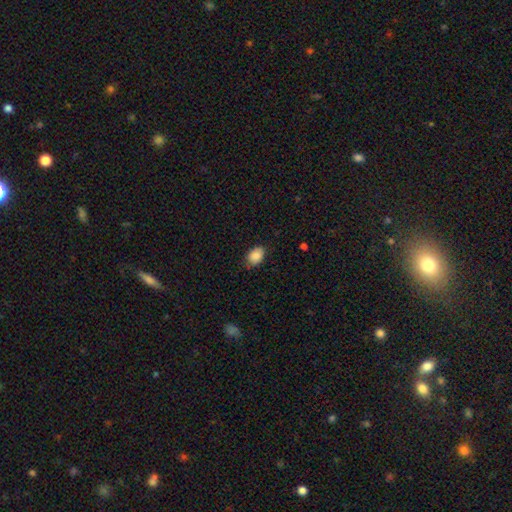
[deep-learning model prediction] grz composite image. It shows a smooth galaxy with no disk features (87%) that is in between round and cigar-shaped (80%). Merging: none (78%).